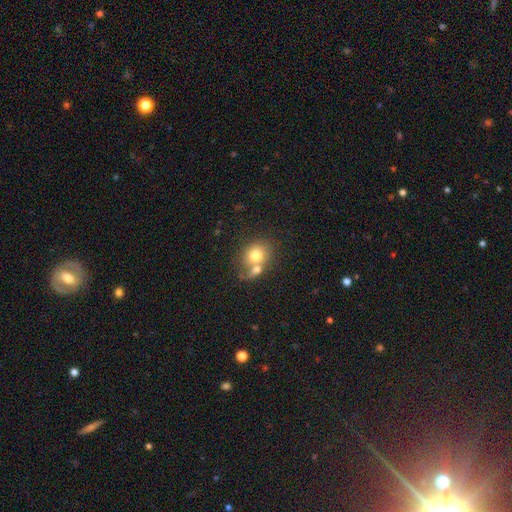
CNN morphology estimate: smooth 74%, featured or disk 16%, star or artifact 9%. Down the decision tree: how rounded — round (66%); merging — merger (49%).